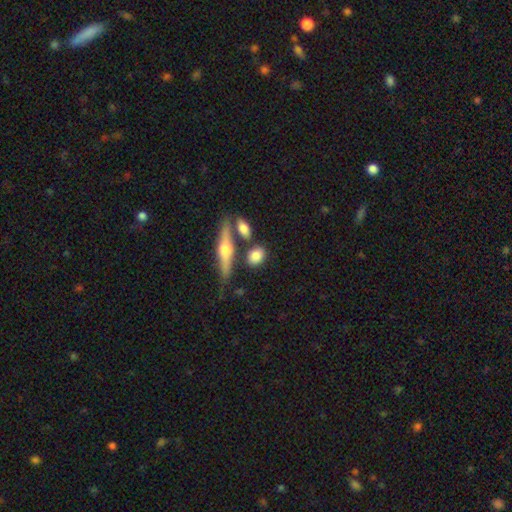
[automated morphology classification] A smooth galaxy with no disk features (74%) that is in between round and cigar-shaped (53%).

Vote fractions:
- Smooth or featured? smooth: 74% / featured or disk: 18% / star or artifact: 7%
- How rounded? in between: 53% / round: 37% / cigar-shaped: 10%
- Merging? none: 67% / merger: 15% / minor disturbance: 14% / major disturbance: 5%